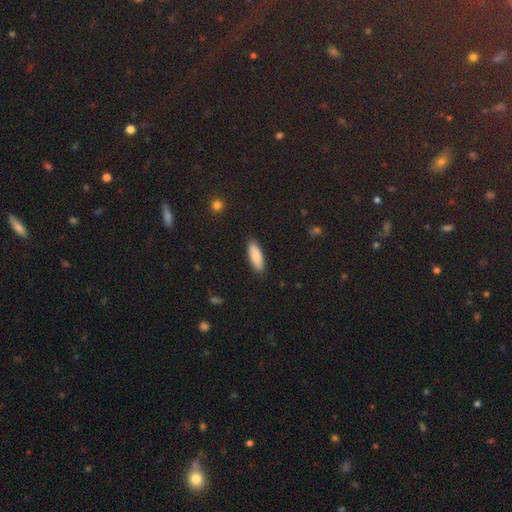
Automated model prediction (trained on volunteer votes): smooth_or_featured: smooth (p=0.86) [alt: featured or disk p=0.08]
how_rounded: in between (p=0.63) [alt: cigar-shaped p=0.35]
merging: none (p=0.88) [alt: minor disturbance p=0.09]